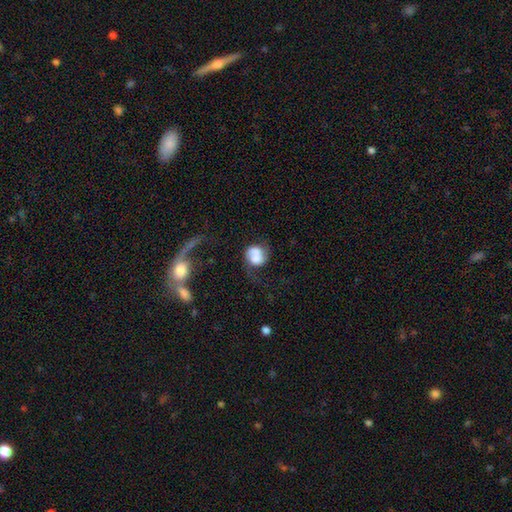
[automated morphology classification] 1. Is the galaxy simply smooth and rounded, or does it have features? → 57% smooth, 34% featured or disk, 9% star or artifact.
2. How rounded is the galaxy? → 66% round, 33% in between, 1% cigar-shaped.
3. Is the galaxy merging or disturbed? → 29% major disturbance, 28% none, 21% minor disturbance, 21% merger.